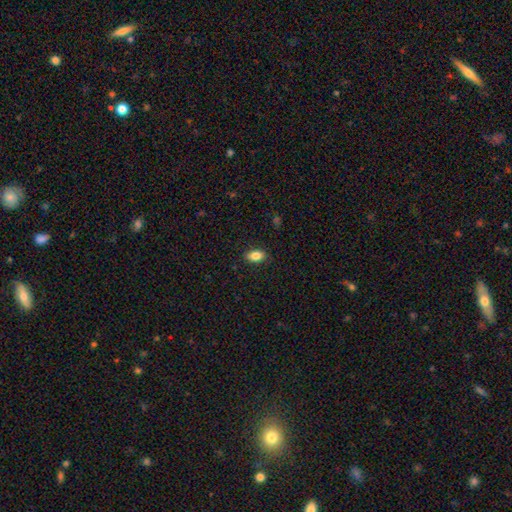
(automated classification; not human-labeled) Overall: smooth (85%). How rounded: in between (89%). Merging: none (88%).